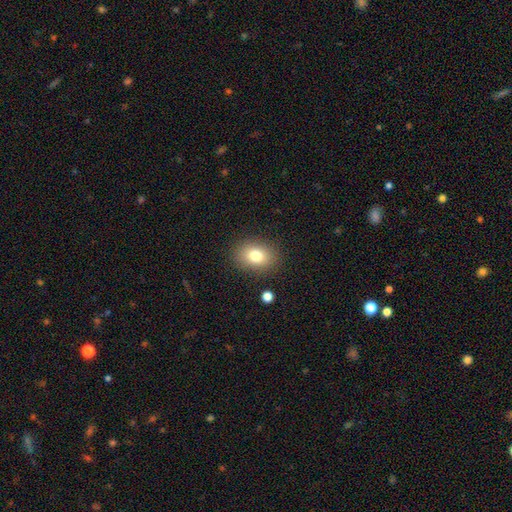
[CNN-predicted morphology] This appears to be a smooth galaxy with no disk features (79%) that is in between round and cigar-shaped (64%). Merging: none (86%).